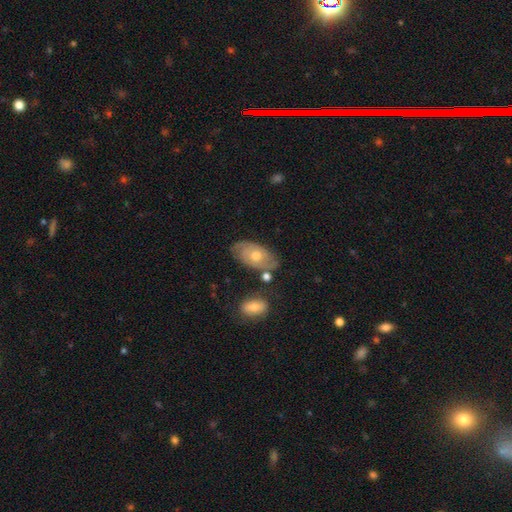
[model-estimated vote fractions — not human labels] This appears to be a featured or disk galaxy (60%) with no bar (85%), spiral arms (69%) and a moderate central bulge (75%). Merging: none (67%).